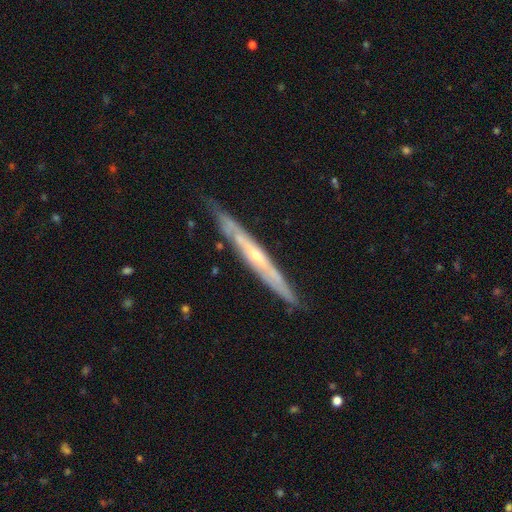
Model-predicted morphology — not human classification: The model was most divided on "edge-on bulge": rounded: 52%, none: 45%, boxy: 3%. More confident: edge-on disk — yes (86%); merging — none (78%); smooth or featured — featured or disk (75%).